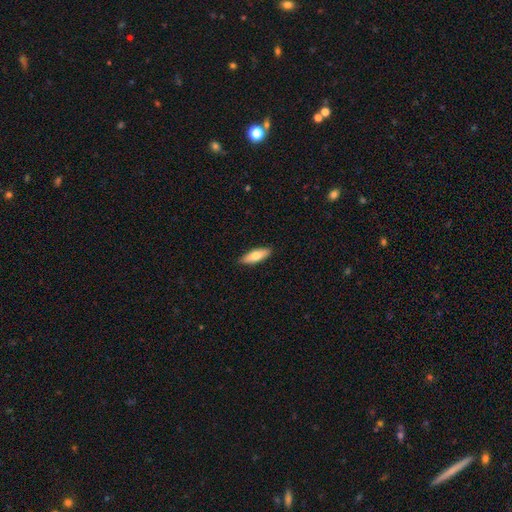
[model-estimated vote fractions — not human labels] Morphology: type=smooth (69%); roundness=in between (60%); merging=none (90%).